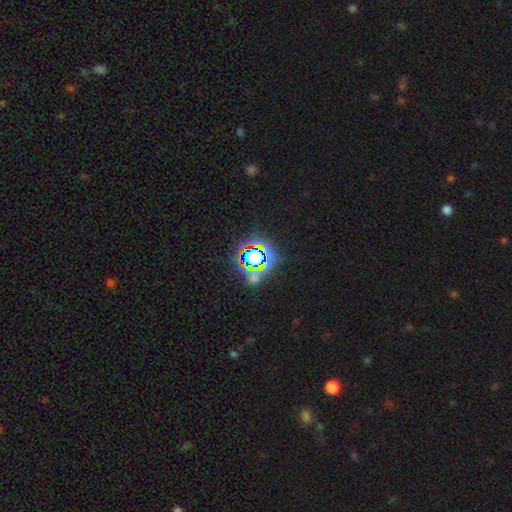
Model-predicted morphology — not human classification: This is likely a star or artifact rather than a galaxy (76%).